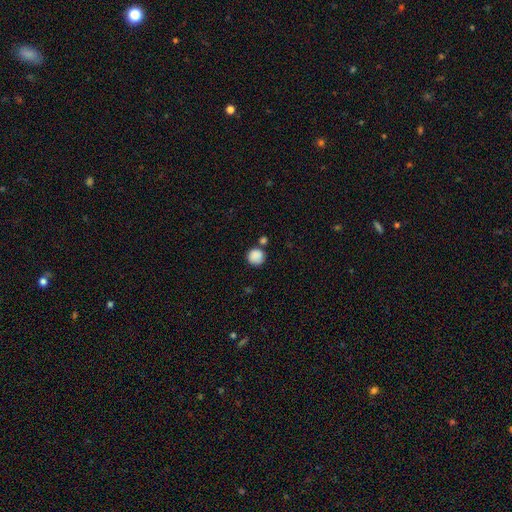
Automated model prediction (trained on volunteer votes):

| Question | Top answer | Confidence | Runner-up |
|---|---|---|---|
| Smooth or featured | smooth | 88% | star or artifact (9%) |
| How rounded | round | 93% | in between (6%) |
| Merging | none | 72% | merger (13%) |